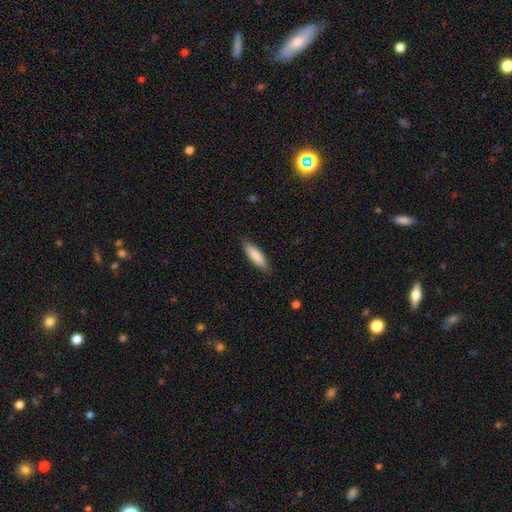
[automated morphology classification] smooth-or-featured: smooth: 84% | featured or disk: 11% | star or artifact: 5%
  how-rounded: cigar-shaped: 60% | in between: 39% | round: 1%
  merging: none: 86% | minor disturbance: 11% | major disturbance: 2% | merger: 1%